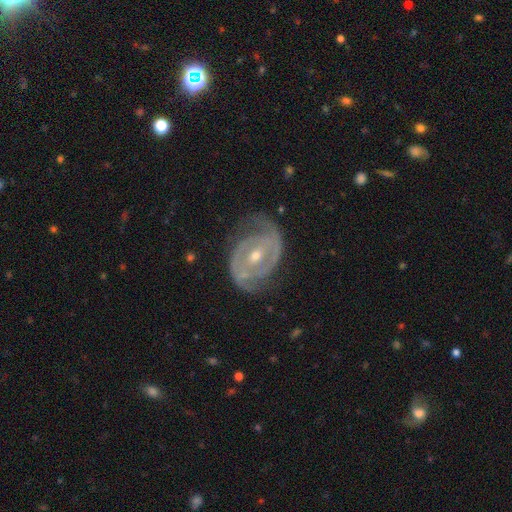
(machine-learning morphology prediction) A featured or disk galaxy (89%) with a weak bar (42%), 2 (79%) tight (56%) spiral arms (95%) and a moderate central bulge (52%).

Vote fractions:
- Smooth or featured? featured or disk: 89% / smooth: 6% / star or artifact: 5%
- Edge-on disk? no: 97% / yes: 3%
- Bar? weak: 42% / no: 33% / strong: 25%
- Spiral arms? yes: 95% / no: 5%
- Spiral winding? tight: 56% / medium: 34% / loose: 9%
- Spiral arm count? 2: 79% / can't tell: 9% / 3: 5% / 1: 3% / 4: 2% / more than 4: 2%
- Bulge size? moderate: 52% / small: 45% / large: 1% / none: 1% / dominant: 1%
- Merging? none: 68% / minor disturbance: 21% / major disturbance: 9% / merger: 2%